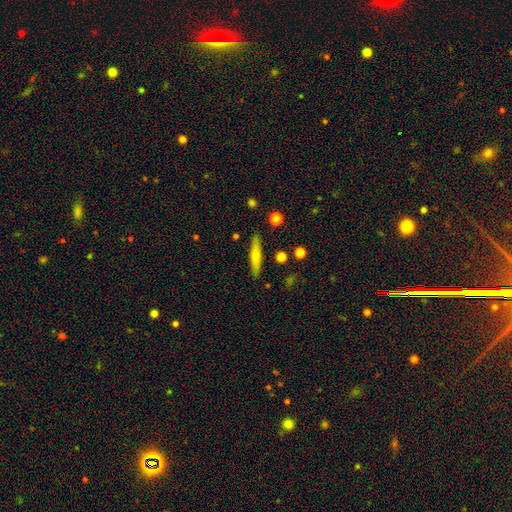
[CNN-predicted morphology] The model was most divided on "smooth or featured": smooth: 51%, featured or disk: 43%, star or artifact: 6%. More confident: merging — none (88%); how rounded — cigar-shaped (87%).